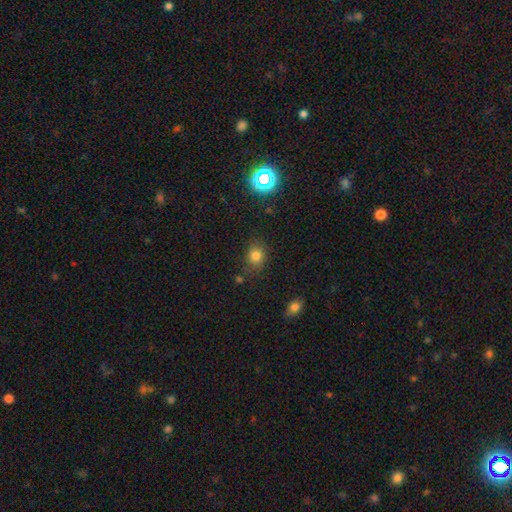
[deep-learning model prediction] smooth_or_featured: smooth (p=0.78) [alt: star or artifact p=0.15]
how_rounded: round (p=0.59) [alt: in between p=0.40]
merging: none (p=0.75) [alt: minor disturbance p=0.17]